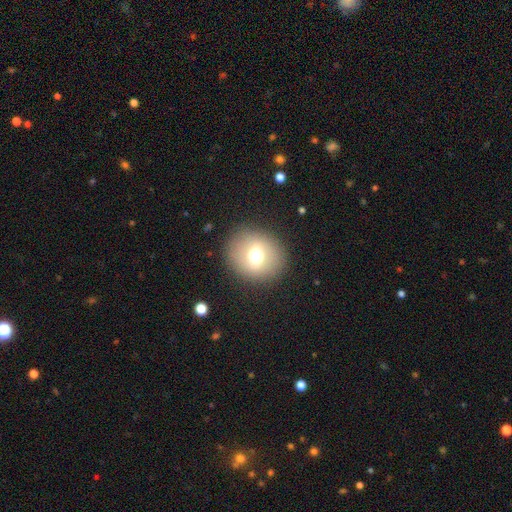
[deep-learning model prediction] Smooth or featured? smooth (66%)
How rounded? round (81%)
Merging? none (87%)